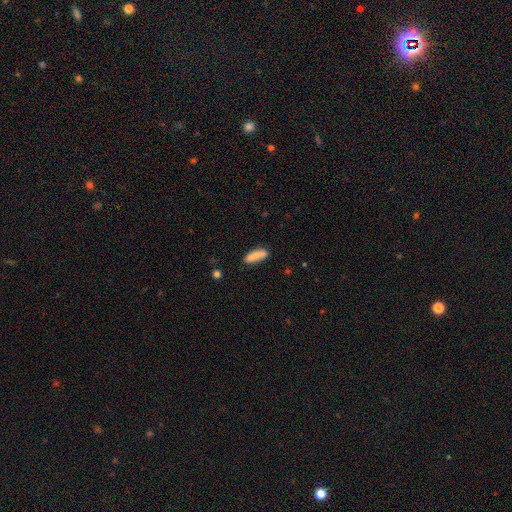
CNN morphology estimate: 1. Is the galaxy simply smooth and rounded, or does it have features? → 83% smooth, 10% featured or disk, 7% star or artifact.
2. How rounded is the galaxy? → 55% in between, 43% cigar-shaped, 2% round.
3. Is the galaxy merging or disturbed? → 75% none, 17% minor disturbance, 5% merger, 3% major disturbance.